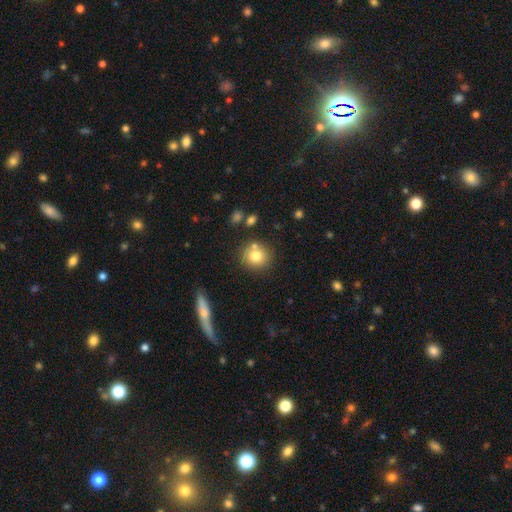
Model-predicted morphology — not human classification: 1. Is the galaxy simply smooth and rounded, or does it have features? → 78% smooth, 12% featured or disk, 11% star or artifact.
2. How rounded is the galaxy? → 84% round, 15% in between, 1% cigar-shaped.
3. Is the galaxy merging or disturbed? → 73% none, 14% merger, 10% minor disturbance, 3% major disturbance.